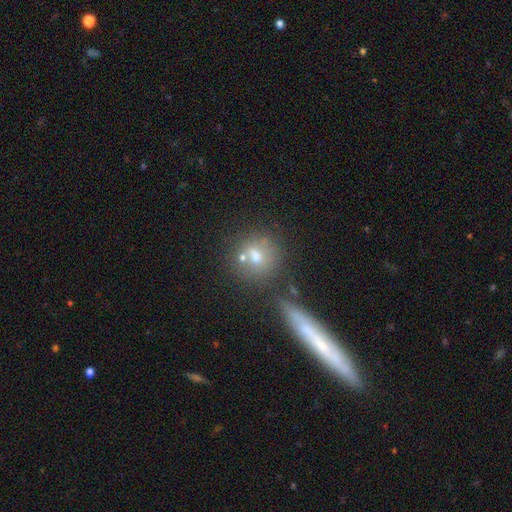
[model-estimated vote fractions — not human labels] This appears to be a smooth galaxy with no disk features (63%) that is round (78%). Merging: none (61%).